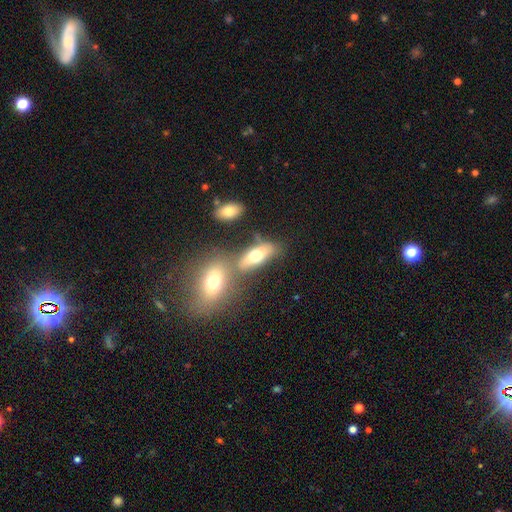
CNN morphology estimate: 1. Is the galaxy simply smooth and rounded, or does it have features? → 62% smooth, 29% featured or disk, 10% star or artifact.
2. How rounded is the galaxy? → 73% in between, 21% cigar-shaped, 6% round.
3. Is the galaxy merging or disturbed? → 53% none, 26% merger, 14% minor disturbance, 7% major disturbance.